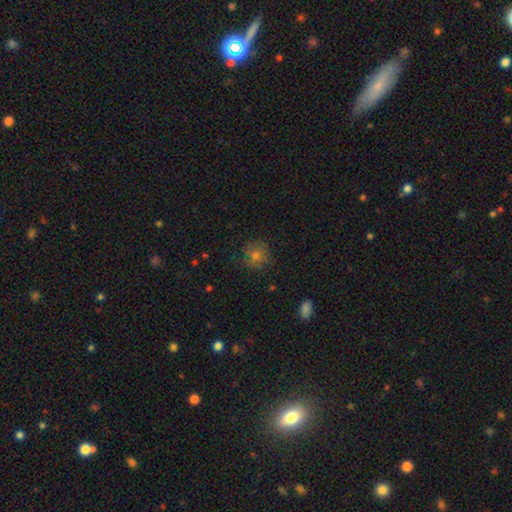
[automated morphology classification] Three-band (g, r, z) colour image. It shows a smooth galaxy with no disk features (64%) that is round (85%). Merging: none (74%).